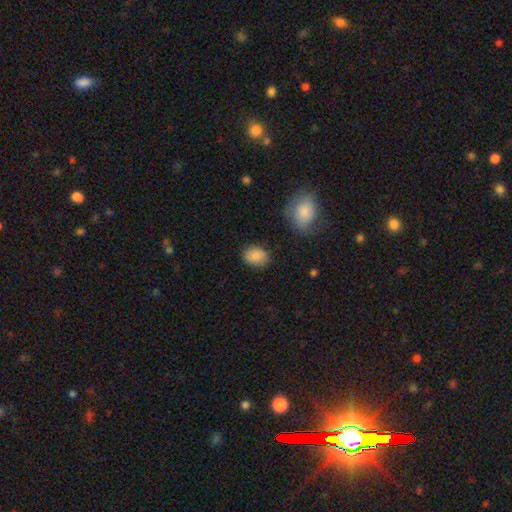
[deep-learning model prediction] A smooth galaxy with no disk features (85%) that is in between round and cigar-shaped (62%).

Vote fractions:
- Smooth or featured? smooth: 85% / star or artifact: 8% / featured or disk: 7%
- How rounded? in between: 62% / round: 37% / cigar-shaped: 1%
- Merging? none: 79% / minor disturbance: 16% / major disturbance: 3% / merger: 2%